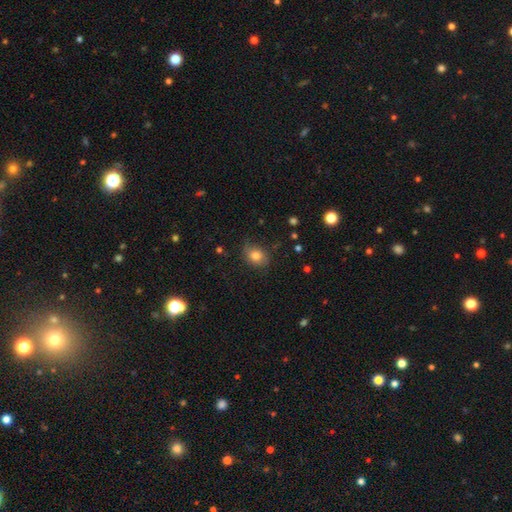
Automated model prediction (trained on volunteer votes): Smooth or featured? Predicted: smooth (p=0.79). How rounded? Predicted: in between (p=0.56). Merging? Predicted: none (p=0.75).